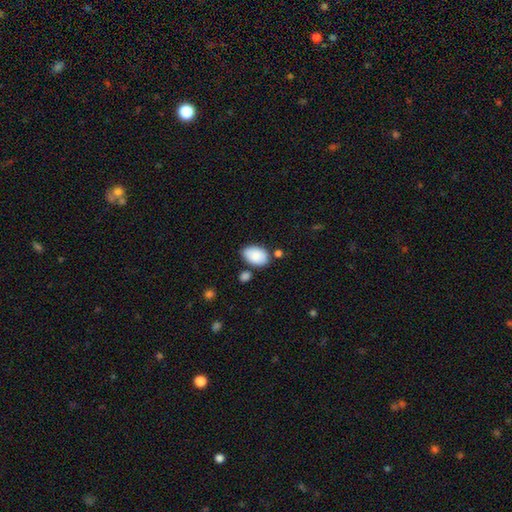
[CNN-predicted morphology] type=smooth (88%); roundness=in between (91%); merging=none (72%).